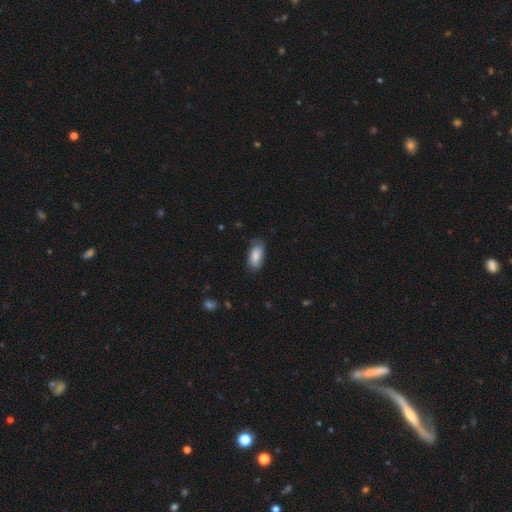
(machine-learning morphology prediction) Smooth or featured? smooth (81%)
How rounded? in between (90%)
Merging? none (70%)